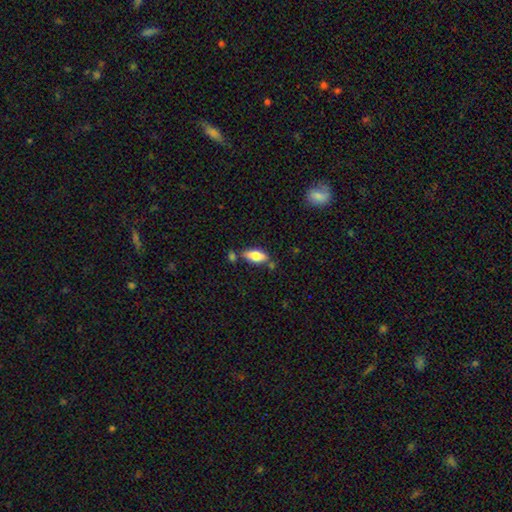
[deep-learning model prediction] A smooth galaxy with no disk features (76%) that is in between round and cigar-shaped (84%). Merging: none (71%).